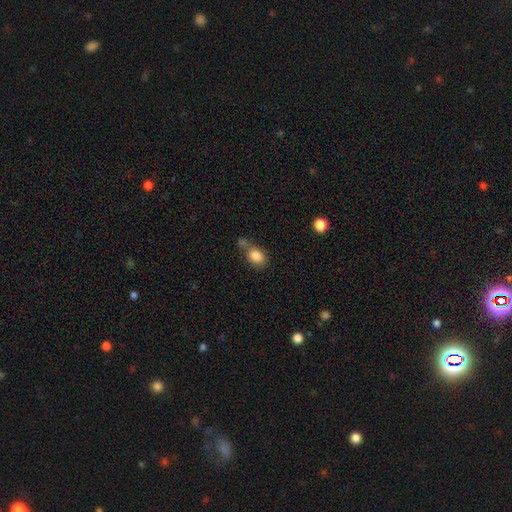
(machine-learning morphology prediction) smooth_or_featured: smooth (p=0.84) [alt: star or artifact p=0.09]
how_rounded: in between (p=0.67) [alt: round p=0.32]
merging: none (p=0.48) [alt: merger p=0.29]